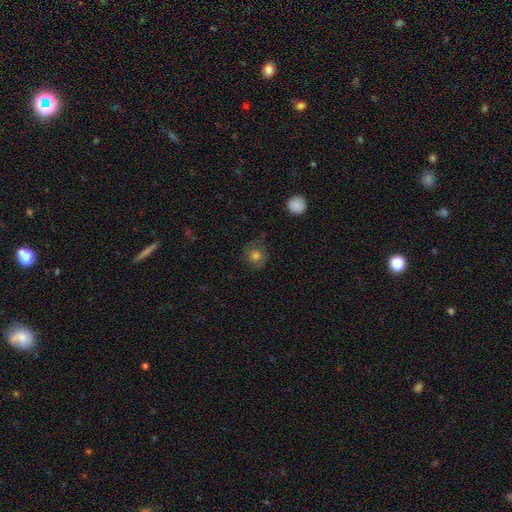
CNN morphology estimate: Smooth or featured? Predicted: smooth (p=0.73). How rounded? Predicted: round (p=0.88). Merging? Predicted: none (p=0.74).